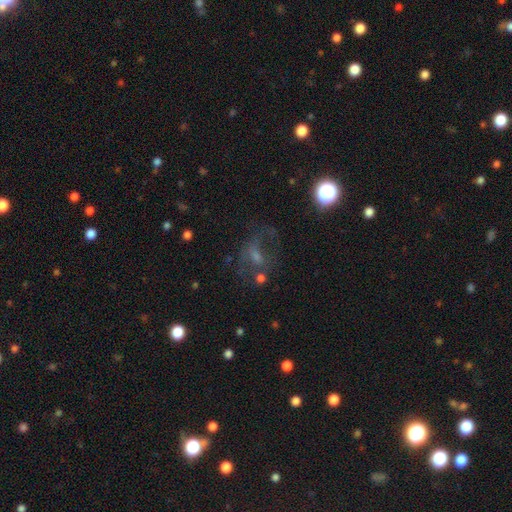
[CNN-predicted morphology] smooth-or-featured: featured or disk: 41% | smooth: 30% | star or artifact: 29%
  merging: none: 50% | major disturbance: 26% | minor disturbance: 18% | merger: 6%